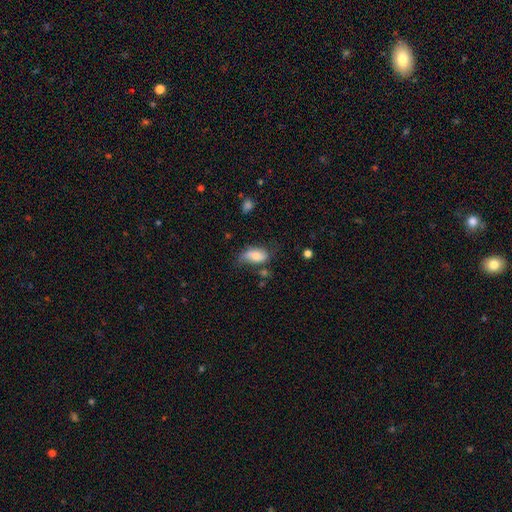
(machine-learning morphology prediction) Q: Smooth or featured?
A: smooth (71%); runner-up: featured or disk (21%)
Q: How rounded?
A: in between (91%); runner-up: round (5%)
Q: Merging?
A: none (44%); runner-up: minor disturbance (35%)